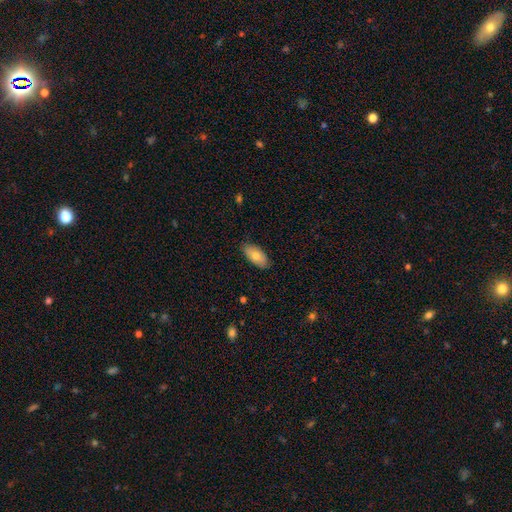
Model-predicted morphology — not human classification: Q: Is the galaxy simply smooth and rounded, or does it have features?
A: smooth — 74%.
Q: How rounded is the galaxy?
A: in between — 94%.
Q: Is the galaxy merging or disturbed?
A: none — 85%.